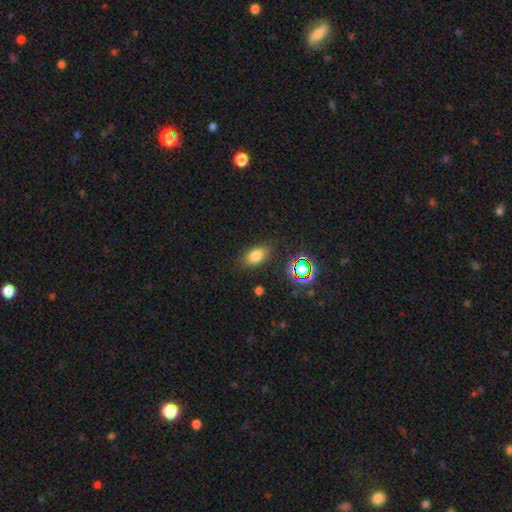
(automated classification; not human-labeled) Smooth or featured? smooth (76%)
How rounded? in between (85%)
Merging? none (83%)